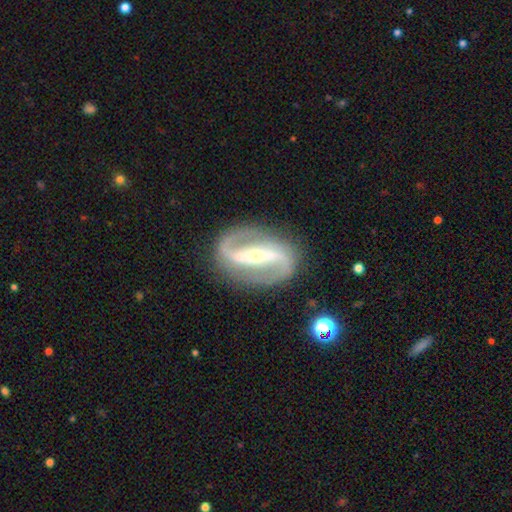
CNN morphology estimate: Smooth or featured?
  - featured or disk: 91% *
  - star or artifact: 4%
  - smooth: 4%
Edge-on disk?
  - no: 96% *
  - yes: 4%
Bar?
  - strong: 66% *
  - weak: 19%
  - no: 15%
Spiral arms?
  - yes: 96% *
  - no: 4%
Spiral winding?
  - medium: 50% *
  - loose: 29%
  - tight: 21%
Spiral arm count?
  - 2: 94% *
  - can't tell: 2%
  - 1: 1%
  - 3: 1%
  - 4: 1%
  - more than 4: 1%
Bulge size?
  - small: 66% *
  - moderate: 31%
  - large: 2%
  - none: 1%
  - dominant: 1%
Merging?
  - none: 86% *
  - minor disturbance: 9%
  - major disturbance: 4%
  - merger: 1%